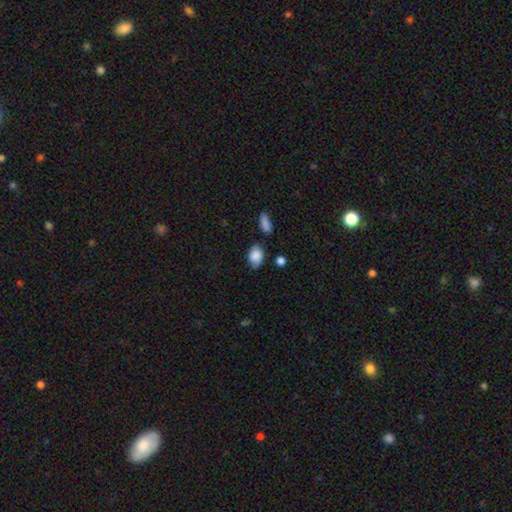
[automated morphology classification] smooth 84%, featured or disk 9%, star or artifact 8%. Down the decision tree: how rounded — in between (82%); merging — none (69%).